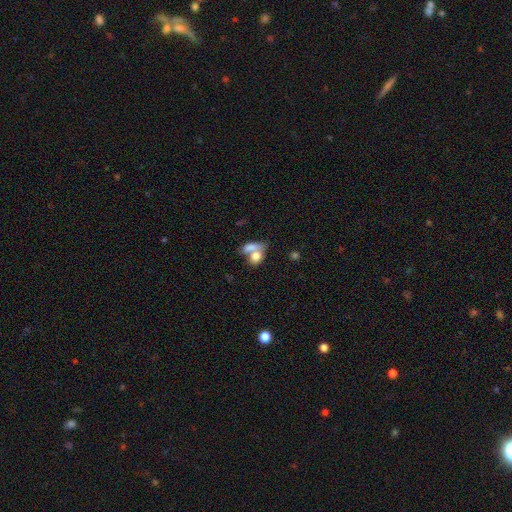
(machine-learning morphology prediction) Smooth or featured? Predicted: smooth (p=0.75). How rounded? Predicted: in between (p=0.70). Merging? Predicted: merger (p=0.63).